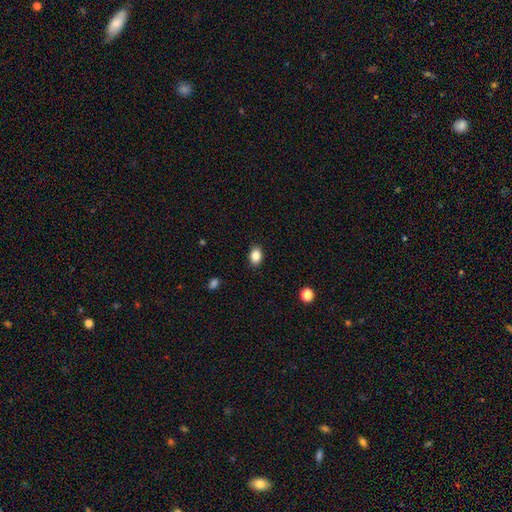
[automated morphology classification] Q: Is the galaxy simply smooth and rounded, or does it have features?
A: smooth — 86%.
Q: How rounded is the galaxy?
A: in between — 78%.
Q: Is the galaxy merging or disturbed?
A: none — 89%.